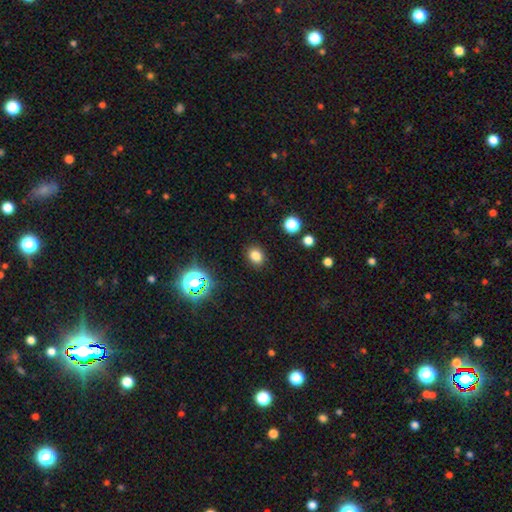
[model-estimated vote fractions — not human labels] This is likely a smooth galaxy (80%). How rounded: possibly round (51%). Merging: clearly none (88%).